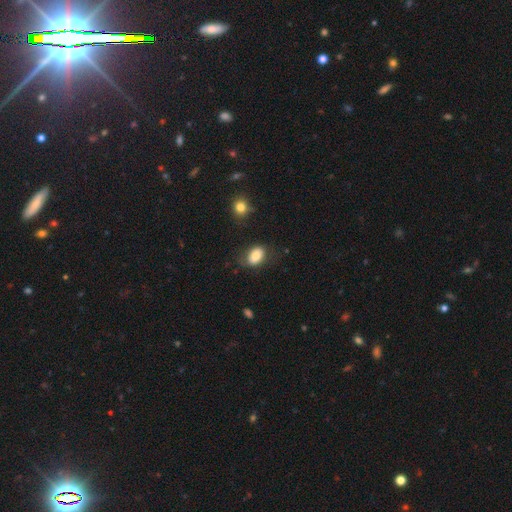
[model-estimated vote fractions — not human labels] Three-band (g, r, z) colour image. It shows a smooth galaxy with no disk features (79%) that is in between round and cigar-shaped (83%). Merging: none (69%).